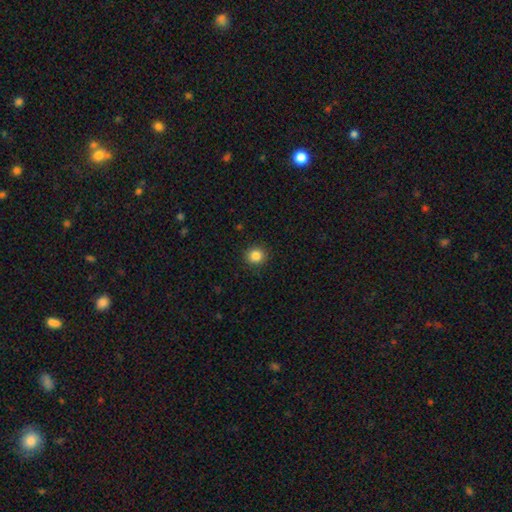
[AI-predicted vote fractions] The model was most divided on "smooth or featured": smooth: 85%, star or artifact: 11%, featured or disk: 4%. More confident: merging — none (92%); how rounded — round (90%).